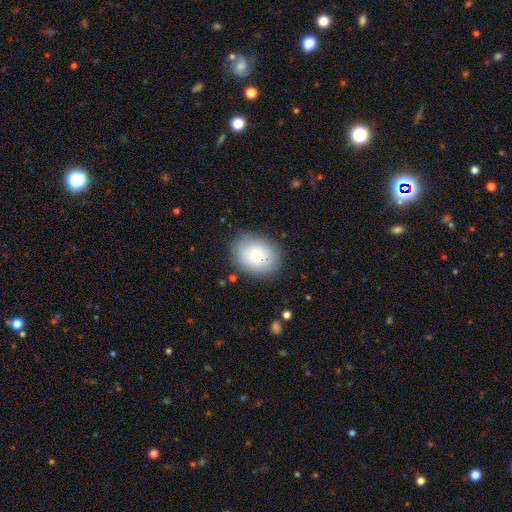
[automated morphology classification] This appears to be a smooth galaxy with no disk features (71%) that is in between round and cigar-shaped (50%). Merging: none (81%).